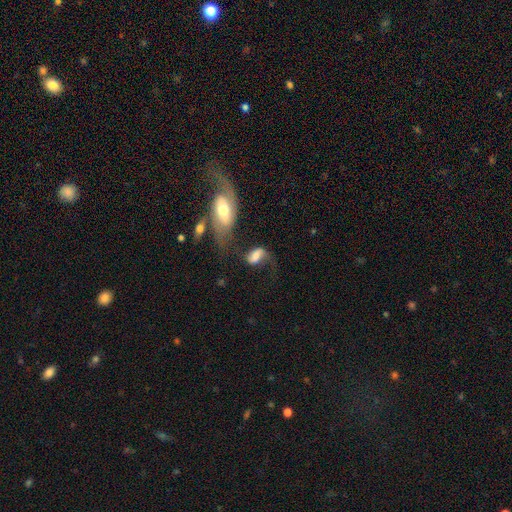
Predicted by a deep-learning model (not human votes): Overall: featured or disk (51%; smooth 40%). Edge-on disk: no (95%). Merging: none (36%; major disturbance 25%).